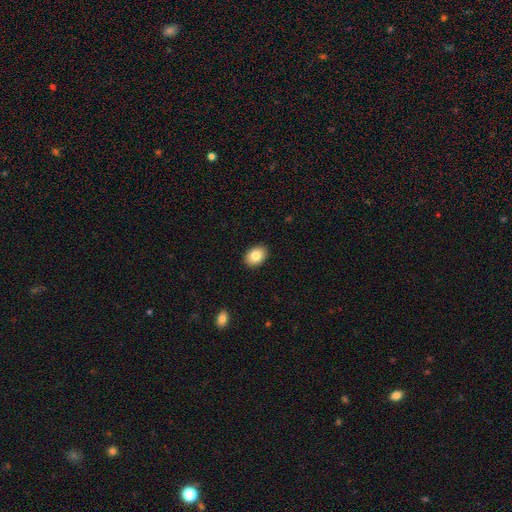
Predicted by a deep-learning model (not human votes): Smooth or featured? smooth (84%)
How rounded? in between (78%)
Merging? none (90%)